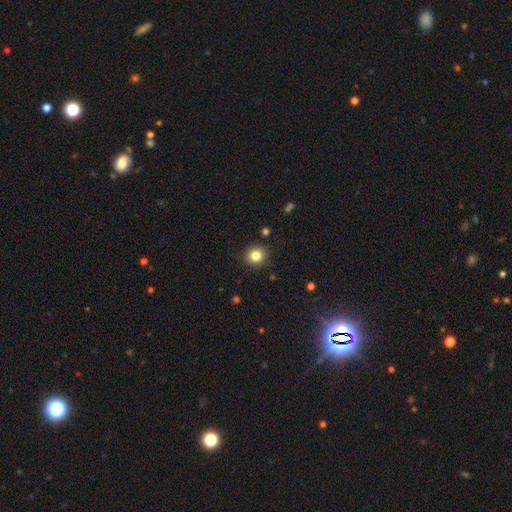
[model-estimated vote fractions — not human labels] This is clearly a smooth galaxy (83%). How rounded: clearly round (89%). Merging: clearly none (90%).